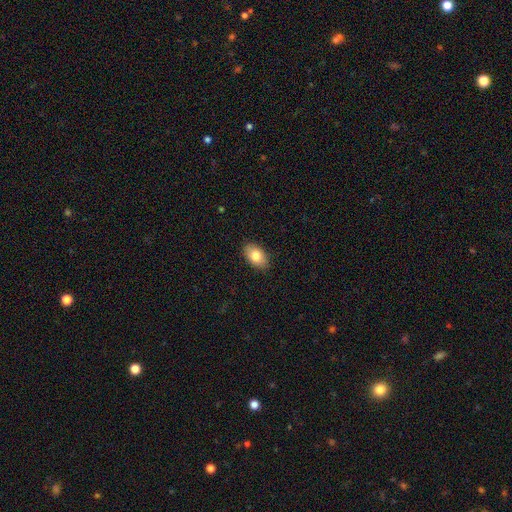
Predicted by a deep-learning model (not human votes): A smooth galaxy with no disk features (80%) that is in between round and cigar-shaped (91%).

Vote fractions:
- Smooth or featured? smooth: 80% / featured or disk: 13% / star or artifact: 7%
- How rounded? in between: 91% / round: 7% / cigar-shaped: 2%
- Merging? none: 88% / minor disturbance: 9% / major disturbance: 2% / merger: 1%